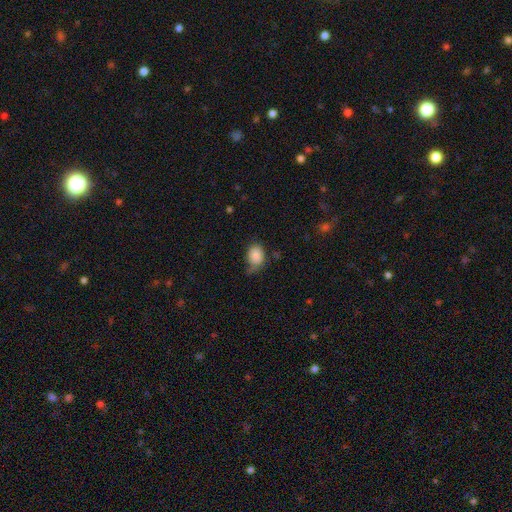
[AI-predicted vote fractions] Smooth or featured: smooth — 85% (star or artifact — 8%)
How rounded: in between — 62% (round — 37%)
Merging: none — 47% (minor disturbance — 36%)